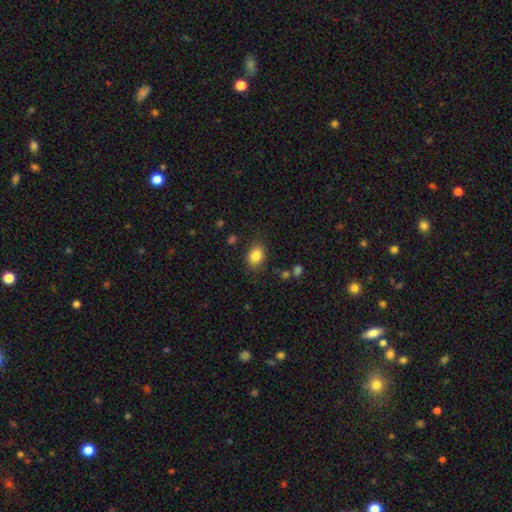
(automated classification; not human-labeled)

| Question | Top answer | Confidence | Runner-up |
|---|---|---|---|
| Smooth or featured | smooth | 85% | star or artifact (9%) |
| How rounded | in between | 70% | round (29%) |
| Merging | none | 80% | minor disturbance (14%) |